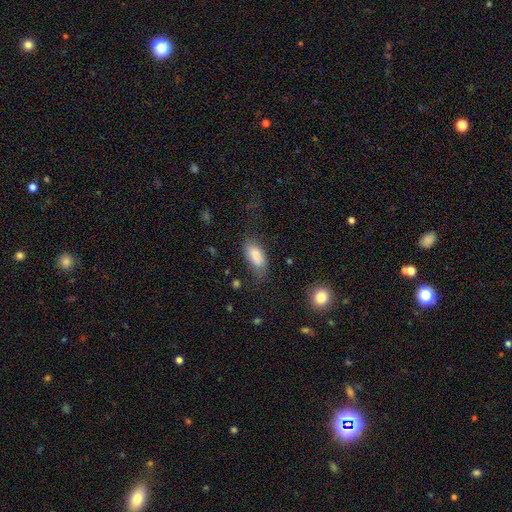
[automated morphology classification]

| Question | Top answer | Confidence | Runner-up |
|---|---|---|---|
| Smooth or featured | smooth | 81% | featured or disk (11%) |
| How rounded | in between | 88% | cigar-shaped (9%) |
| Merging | none | 51% | minor disturbance (29%) |